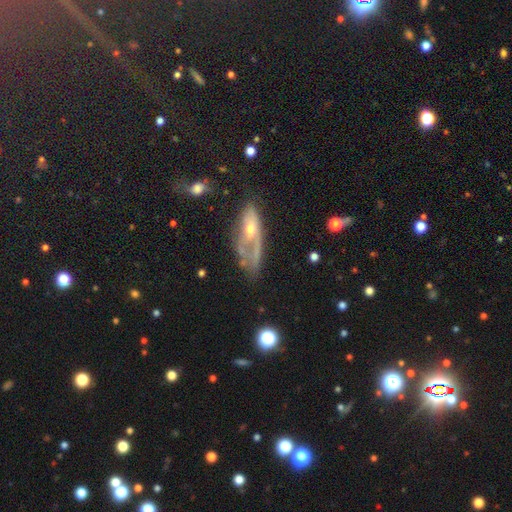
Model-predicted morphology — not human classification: Overall: featured or disk (59%; smooth 30%). Edge-on disk: no (77%). Merging: major disturbance (40%; none 28%).